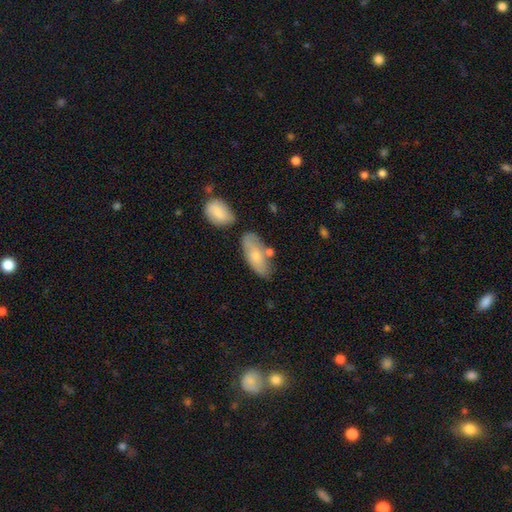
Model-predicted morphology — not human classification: A smooth galaxy with no disk features (71%) that is in between round and cigar-shaped (84%).

Vote fractions:
- Smooth or featured? smooth: 71% / featured or disk: 23% / star or artifact: 6%
- How rounded? in between: 84% / cigar-shaped: 13% / round: 2%
- Merging? none: 58% / minor disturbance: 23% / merger: 13% / major disturbance: 6%